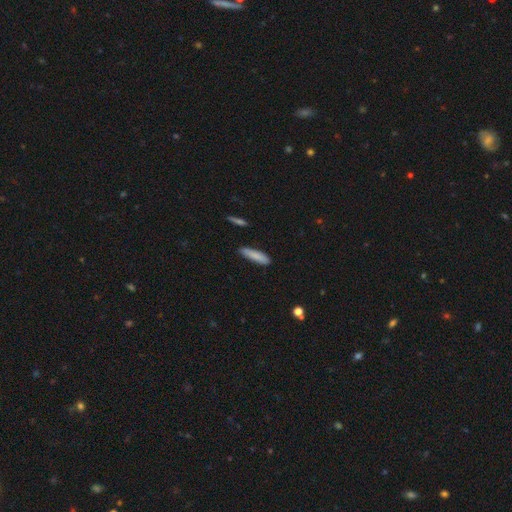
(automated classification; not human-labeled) Smooth or featured?
  - smooth: 84% *
  - featured or disk: 10%
  - star or artifact: 6%
How rounded?
  - cigar-shaped: 78% *
  - in between: 20%
  - round: 1%
Merging?
  - none: 85% *
  - minor disturbance: 11%
  - major disturbance: 2%
  - merger: 2%